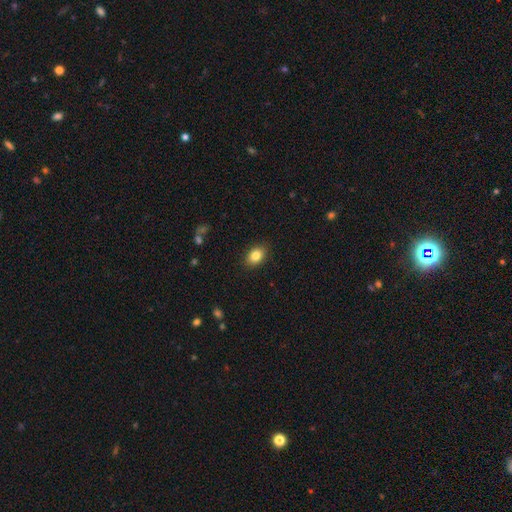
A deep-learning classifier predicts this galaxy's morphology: Smooth or featured? Predicted: smooth (p=0.84). How rounded? Predicted: in between (p=0.79). Merging? Predicted: none (p=0.88).